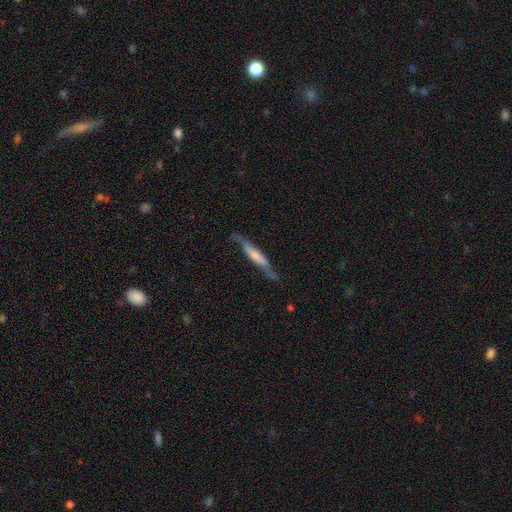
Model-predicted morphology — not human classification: smooth-or-featured: featured or disk: 53% | smooth: 41% | star or artifact: 6%
  disk-edge-on: yes: 79% | no: 21%
  merging: none: 63% | minor disturbance: 25% | major disturbance: 9% | merger: 3%